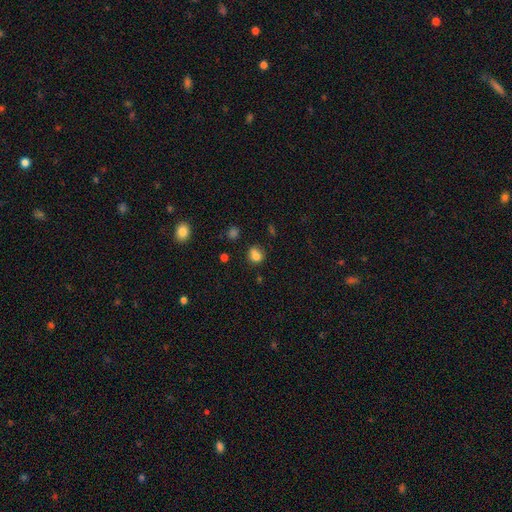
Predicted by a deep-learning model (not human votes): A smooth galaxy with no disk features (79%) that is round (73%). Merging: none (64%).